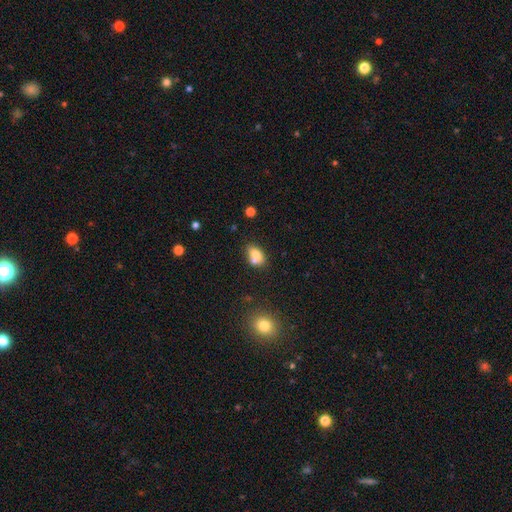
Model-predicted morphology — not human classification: Q: Smooth or featured?
A: smooth (74%); runner-up: featured or disk (17%)
Q: How rounded?
A: in between (76%); runner-up: round (22%)
Q: Merging?
A: merger (42%); runner-up: none (40%)